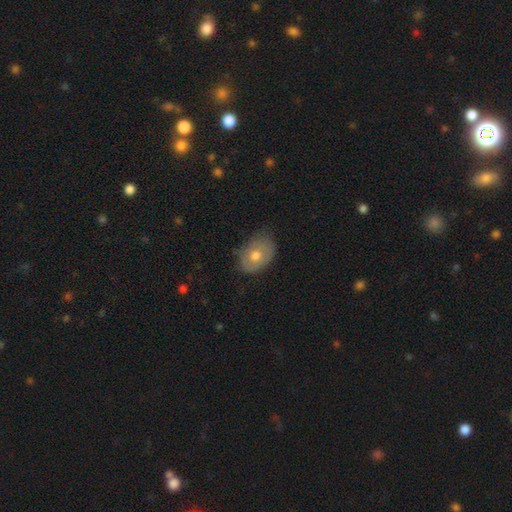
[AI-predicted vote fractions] Overall: smooth (57%; featured or disk 36%). How rounded: in between (74%). Merging: none (60%; minor disturbance 31%).